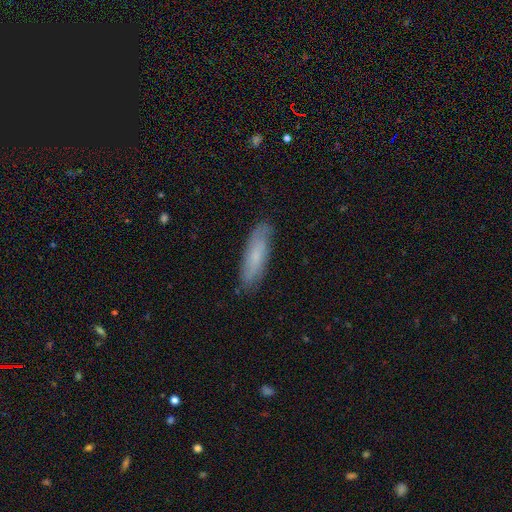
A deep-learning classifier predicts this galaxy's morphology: Q: Smooth or featured?
A: smooth (57%); runner-up: featured or disk (35%)
Q: How rounded?
A: cigar-shaped (61%); runner-up: in between (37%)
Q: Merging?
A: none (83%); runner-up: minor disturbance (13%)